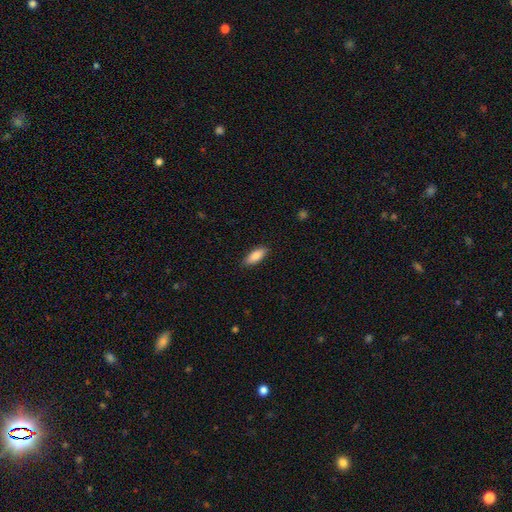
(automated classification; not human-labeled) A smooth galaxy with no disk features (87%) that is in between round and cigar-shaped (78%).

Vote fractions:
- Smooth or featured? smooth: 87% / featured or disk: 7% / star or artifact: 6%
- How rounded? in between: 78% / cigar-shaped: 20% / round: 2%
- Merging? none: 88% / minor disturbance: 9% / major disturbance: 2% / merger: 1%